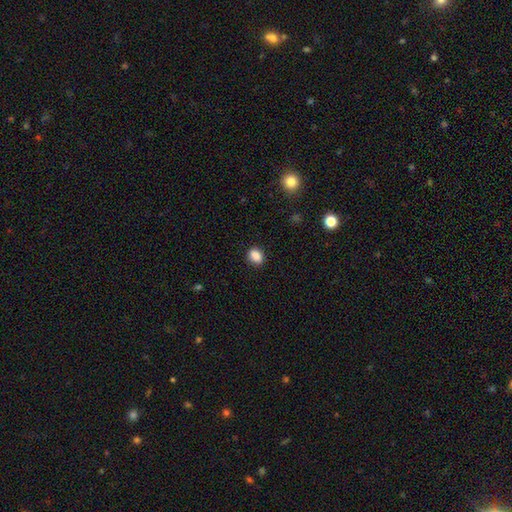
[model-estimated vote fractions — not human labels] Q: Smooth or featured?
A: smooth (87%); runner-up: star or artifact (9%)
Q: How rounded?
A: in between (67%); runner-up: round (32%)
Q: Merging?
A: none (86%); runner-up: minor disturbance (10%)